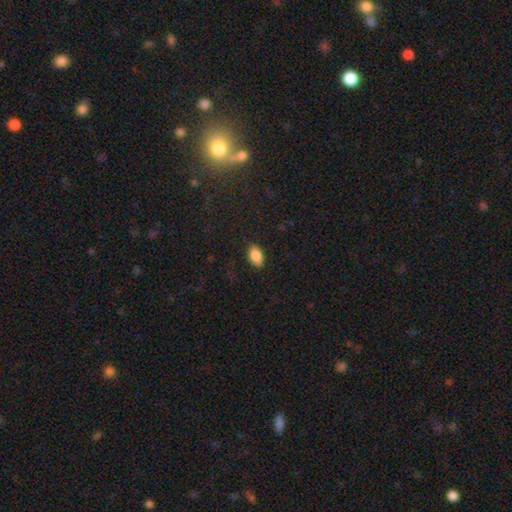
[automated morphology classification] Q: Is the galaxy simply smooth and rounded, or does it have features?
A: smooth — 87%.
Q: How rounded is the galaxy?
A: in between — 93%.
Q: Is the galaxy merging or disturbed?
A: none — 87%.